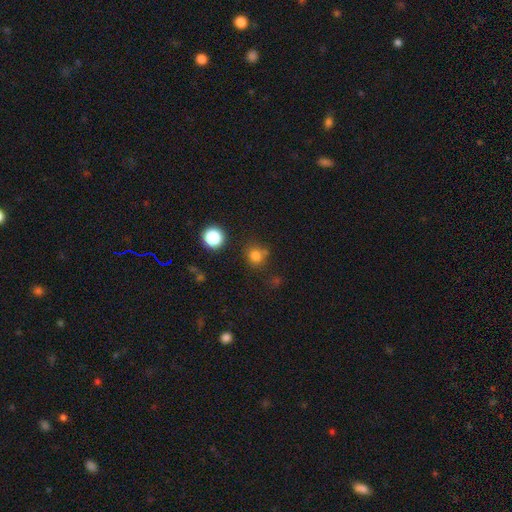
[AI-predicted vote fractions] smooth 76%, star or artifact 18%, featured or disk 6%. Down the decision tree: how rounded — round (88%); merging — none (74%).